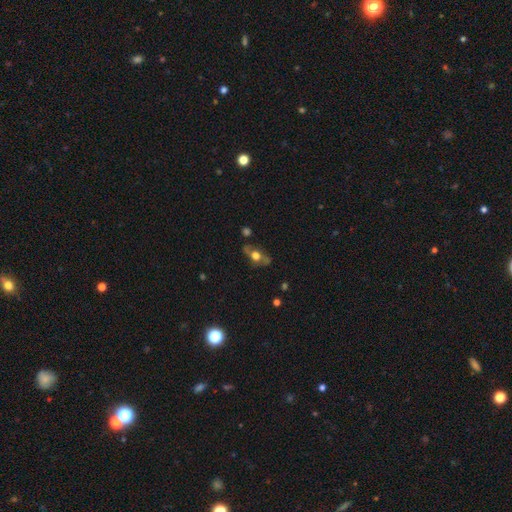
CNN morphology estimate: Q: Smooth or featured?
A: featured or disk (49%); runner-up: smooth (41%)
Q: Merging?
A: none (66%); runner-up: minor disturbance (20%)